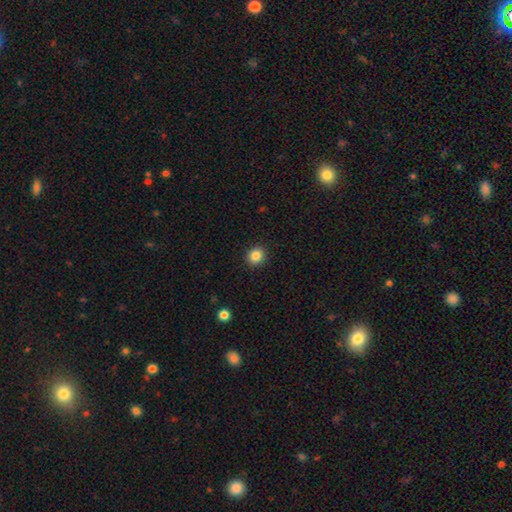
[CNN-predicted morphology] A smooth galaxy with no disk features (85%) that is round (84%).

Vote fractions:
- Smooth or featured? smooth: 85% / star or artifact: 11% / featured or disk: 5%
- How rounded? round: 84% / in between: 15% / cigar-shaped: 1%
- Merging? none: 92% / minor disturbance: 5% / major disturbance: 2% / merger: 1%